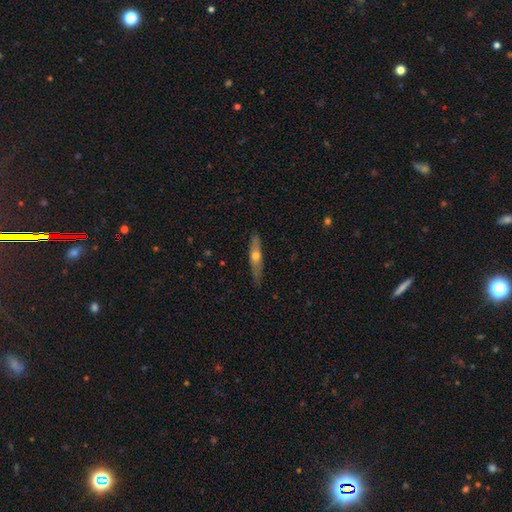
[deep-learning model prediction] This appears to be a featured or disk galaxy (54%) viewed edge-on (86%). Merging: none (83%).